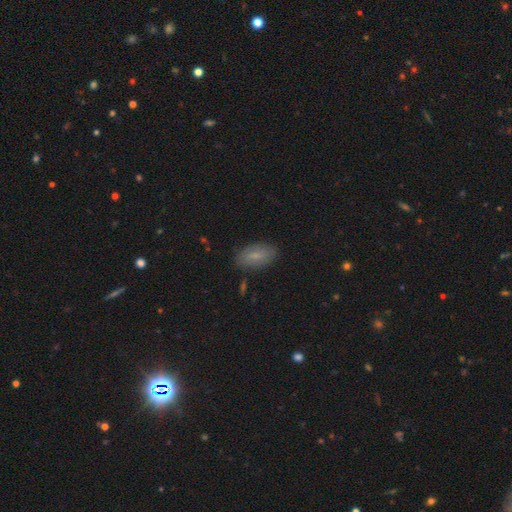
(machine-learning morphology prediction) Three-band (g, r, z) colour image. It shows a smooth galaxy with no disk features (67%) that is in between round and cigar-shaped (91%). Merging: none (83%).